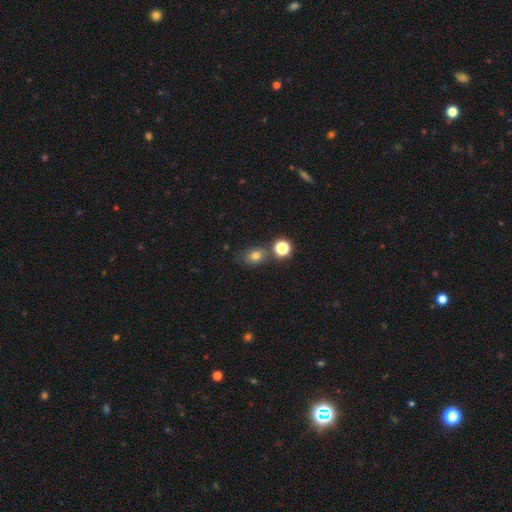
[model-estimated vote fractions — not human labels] Q: Smooth or featured?
A: smooth (74%); runner-up: star or artifact (15%)
Q: How rounded?
A: in between (58%); runner-up: round (40%)
Q: Merging?
A: none (62%); runner-up: minor disturbance (17%)